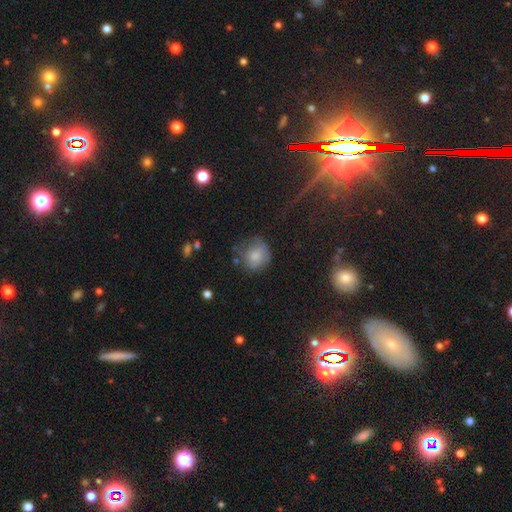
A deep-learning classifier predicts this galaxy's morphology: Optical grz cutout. It shows a smooth galaxy with no disk features (70%) that is round (80%). Merging: none (54%).